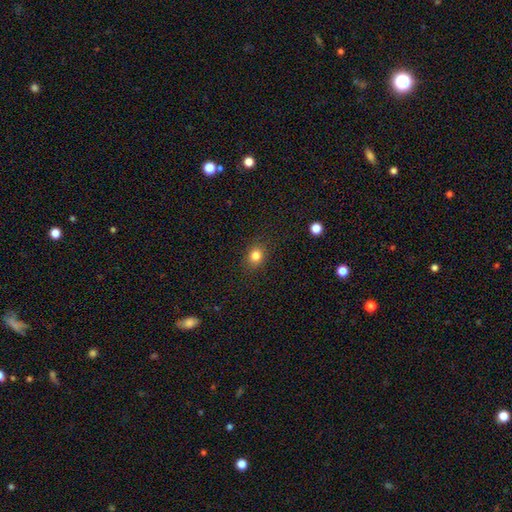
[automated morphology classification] Smooth or featured?
  - smooth: 82% *
  - star or artifact: 12%
  - featured or disk: 5%
How rounded?
  - round: 70% *
  - in between: 29%
  - cigar-shaped: 1%
Merging?
  - none: 87% *
  - minor disturbance: 9%
  - major disturbance: 3%
  - merger: 1%